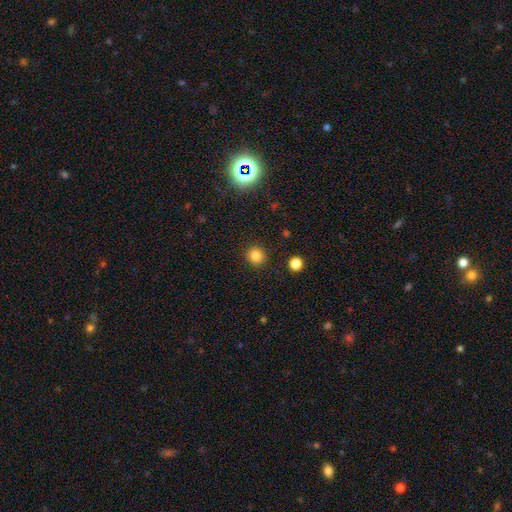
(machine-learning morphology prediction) type=smooth (83%); roundness=round (90%); merging=none (90%).